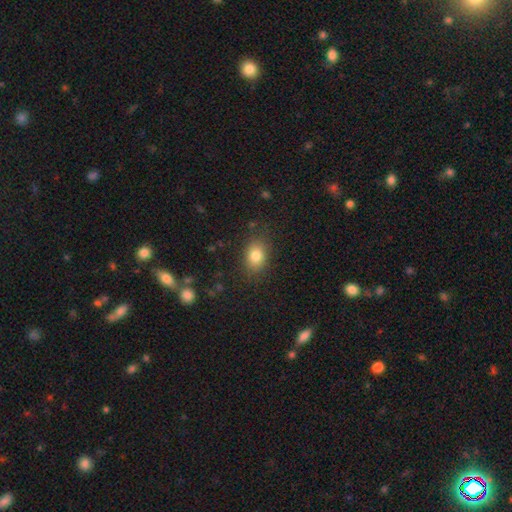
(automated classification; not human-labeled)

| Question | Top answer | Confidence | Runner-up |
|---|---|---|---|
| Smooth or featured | smooth | 82% | star or artifact (10%) |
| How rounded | in between | 72% | round (27%) |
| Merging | none | 81% | minor disturbance (13%) |